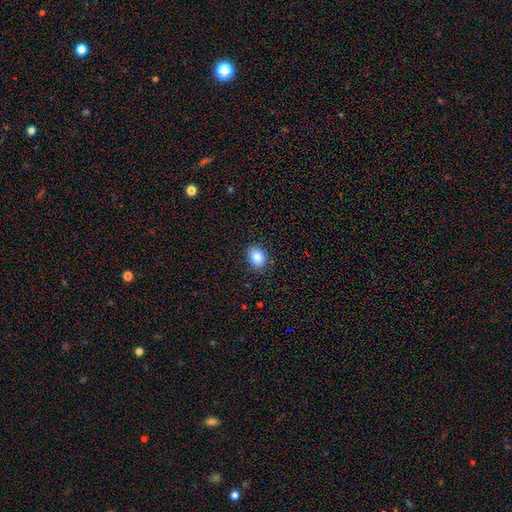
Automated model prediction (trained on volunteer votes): A smooth galaxy with no disk features (87%) that is in between round and cigar-shaped (70%).

Vote fractions:
- Smooth or featured? smooth: 87% / star or artifact: 8% / featured or disk: 5%
- How rounded? in between: 70% / round: 29% / cigar-shaped: 1%
- Merging? none: 86% / minor disturbance: 11% / major disturbance: 3% / merger: 1%